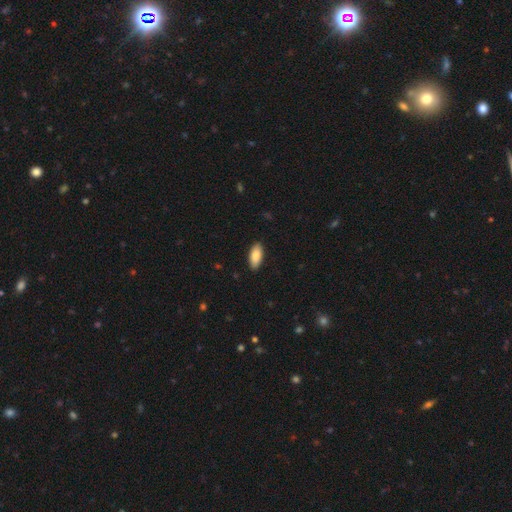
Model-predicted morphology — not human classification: This is clearly a smooth galaxy (87%). How rounded: clearly in between (88%). Merging: clearly none (89%).